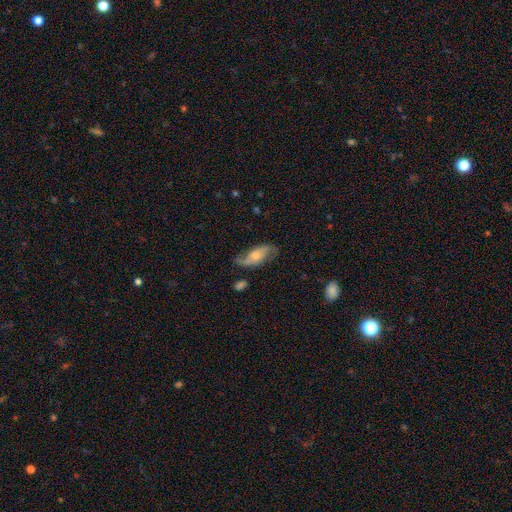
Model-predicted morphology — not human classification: Q: Smooth or featured?
A: featured or disk (69%); runner-up: smooth (24%)
Q: Edge-on disk?
A: no (91%); runner-up: yes (9%)
Q: Bar?
A: no (62%); runner-up: weak (29%)
Q: Spiral arms?
A: yes (89%); runner-up: no (11%)
Q: Spiral winding?
A: loose (60%); runner-up: medium (30%)
Q: Spiral arm count?
A: 2 (88%); runner-up: can't tell (6%)
Q: Bulge size?
A: moderate (50%); runner-up: small (36%)
Q: Merging?
A: none (67%); runner-up: minor disturbance (20%)